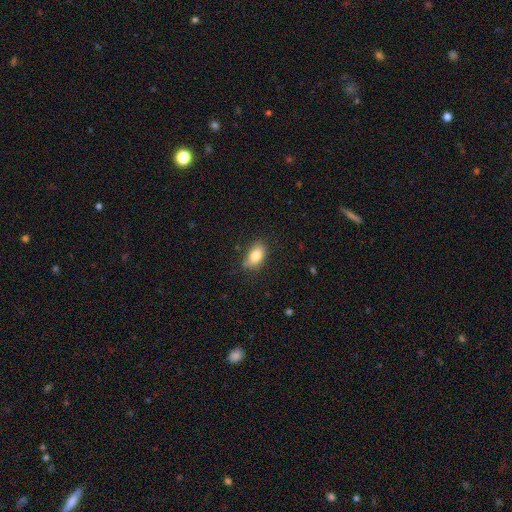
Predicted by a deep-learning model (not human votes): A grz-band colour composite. It shows a smooth galaxy with no disk features (83%) that is in between round and cigar-shaped (89%). Merging: none (75%).